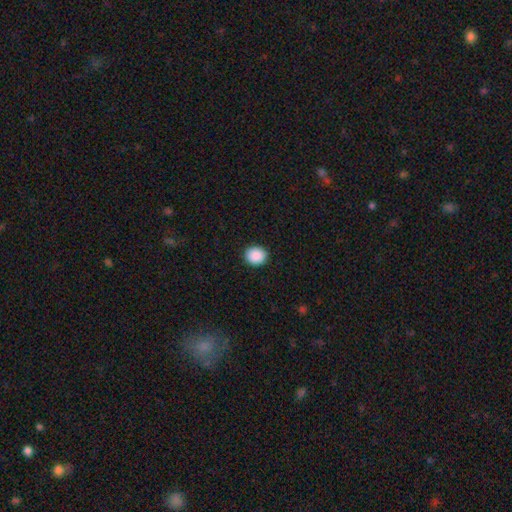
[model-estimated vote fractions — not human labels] Overall: smooth (90%). How rounded: round (74%). Merging: none (91%).